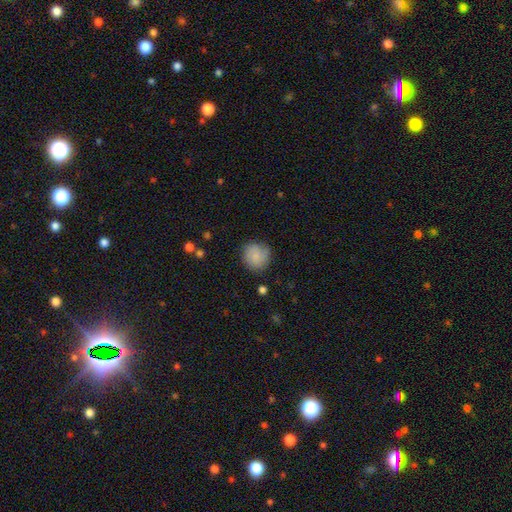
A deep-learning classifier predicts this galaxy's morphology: A smooth galaxy with no disk features (84%) that is round (89%). Merging: none (80%).